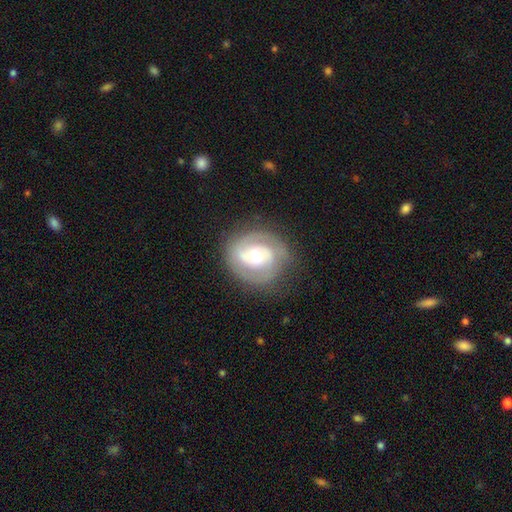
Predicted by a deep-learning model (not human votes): Smooth or featured? featured or disk (78%)
Edge-on disk? no (97%)
Bar? no (45%)
Spiral arms? yes (88%)
Spiral winding? tight (51%)
Spiral arm count? 2 (76%)
Bulge size? moderate (71%)
Merging? none (79%)